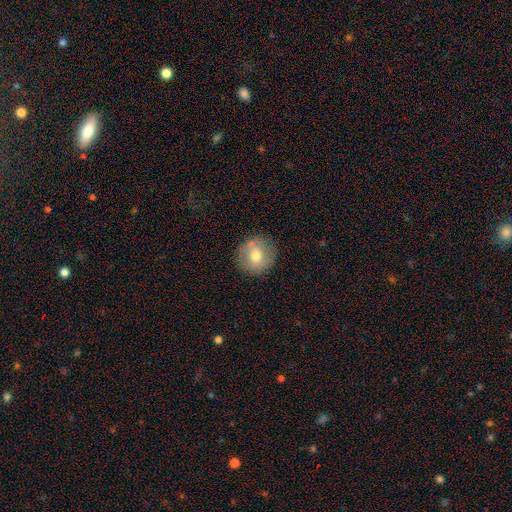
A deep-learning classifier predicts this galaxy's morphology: smooth_or_featured: smooth (p=0.66) [alt: featured or disk p=0.25]
how_rounded: round (p=0.91) [alt: in between p=0.08]
merging: none (p=0.82) [alt: minor disturbance p=0.11]